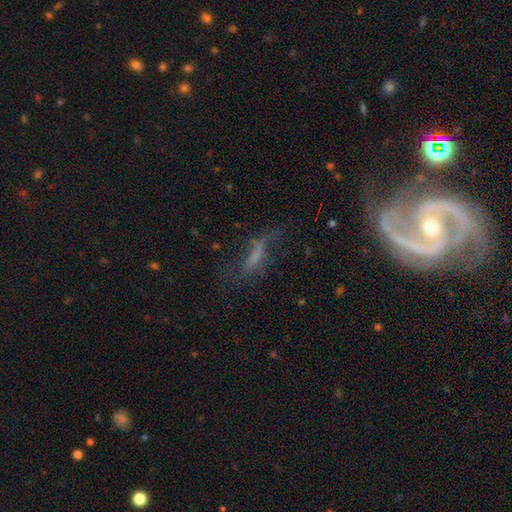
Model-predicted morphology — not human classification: smooth 43%, featured or disk 39%, star or artifact 18%. Down the decision tree: merging — none (44%).